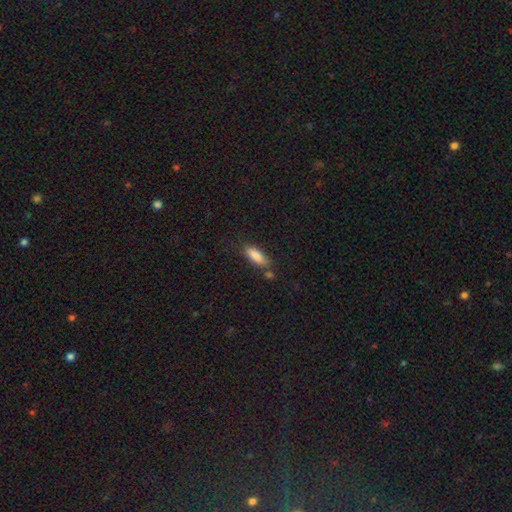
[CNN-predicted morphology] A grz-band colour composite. It shows a smooth galaxy with no disk features (86%) that is in between round and cigar-shaped (66%). Merging: none (68%).